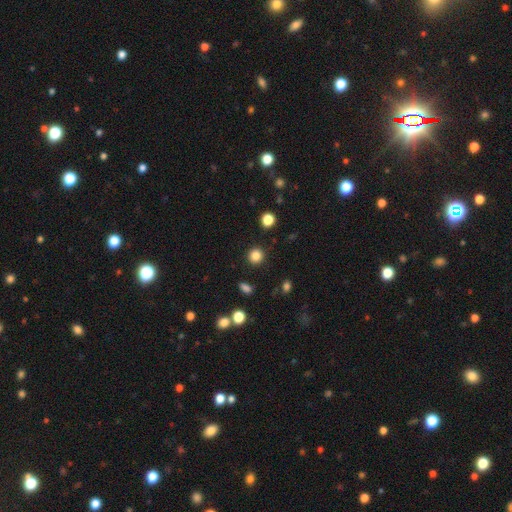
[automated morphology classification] A smooth galaxy with no disk features (84%) that is round (92%).

Vote fractions:
- Smooth or featured? smooth: 84% / star or artifact: 12% / featured or disk: 4%
- How rounded? round: 92% / in between: 7% / cigar-shaped: 1%
- Merging? none: 91% / minor disturbance: 6% / major disturbance: 2% / merger: 2%